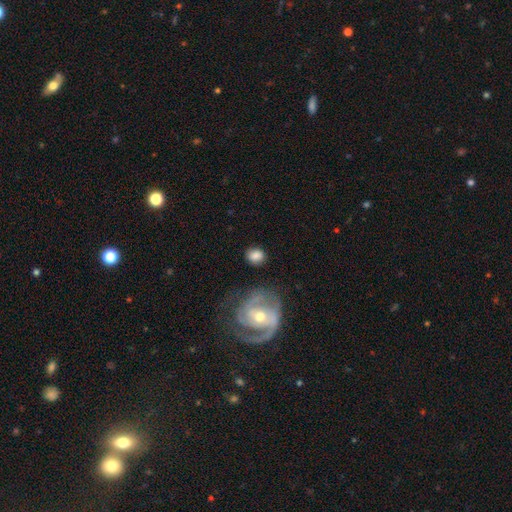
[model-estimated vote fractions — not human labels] Morphology: type=smooth (78%); roundness=round (60%); merging=none (76%).